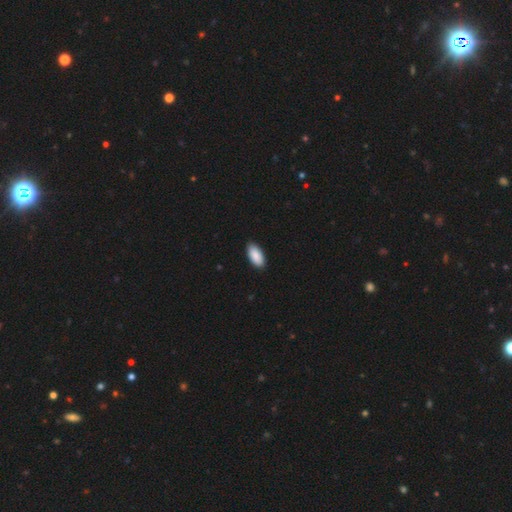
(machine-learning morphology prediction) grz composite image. It shows a smooth galaxy with no disk features (90%) that is in between round and cigar-shaped (94%). Merging: none (89%).